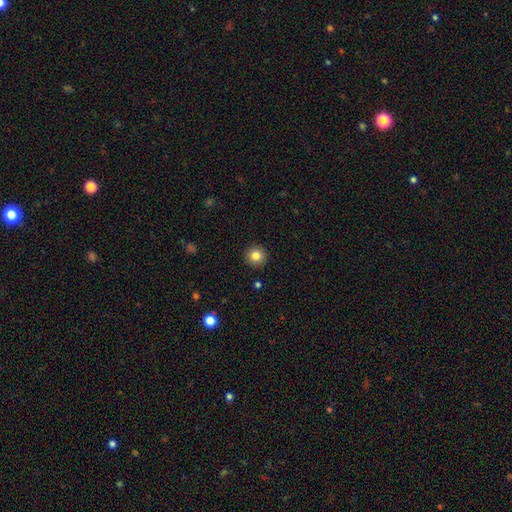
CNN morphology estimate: A smooth galaxy with no disk features (83%) that is round (95%). Merging: none (93%).